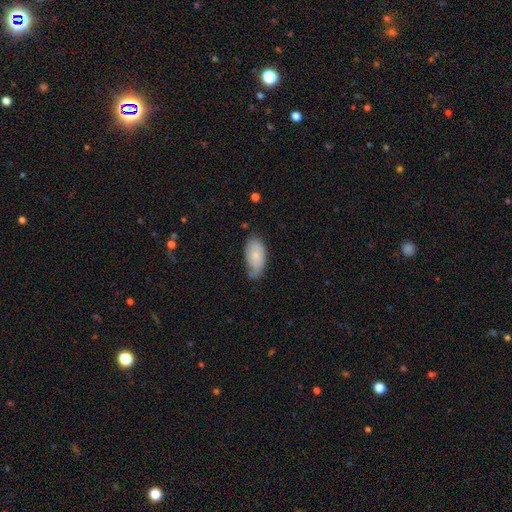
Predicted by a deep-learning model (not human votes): A smooth galaxy with no disk features (65%) that is in between round and cigar-shaped (94%). Merging: none (55%).